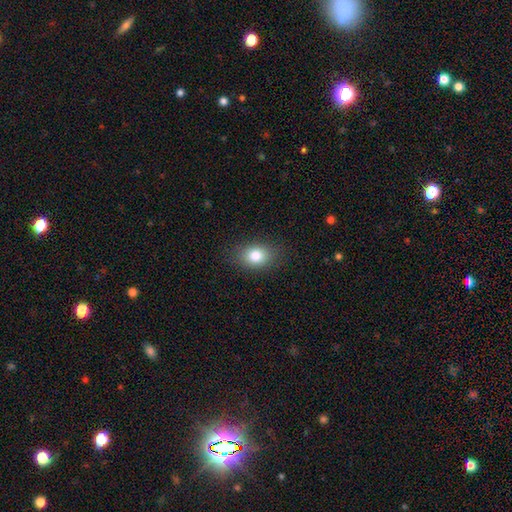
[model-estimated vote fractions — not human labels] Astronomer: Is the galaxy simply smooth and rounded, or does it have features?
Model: smooth — 81%.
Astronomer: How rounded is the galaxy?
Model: in between — 66%.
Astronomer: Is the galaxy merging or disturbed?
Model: none — 85%.